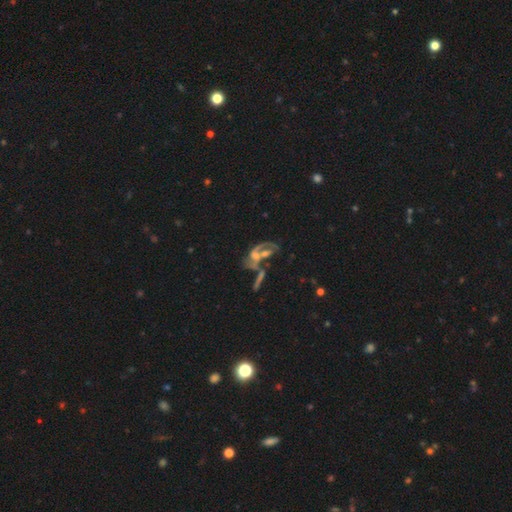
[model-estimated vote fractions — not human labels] smooth_or_featured: featured or disk (p=0.72) [alt: star or artifact p=0.14]
disk_edge_on: no (p=0.93) [alt: yes p=0.07]
bar: no (p=0.55) [alt: weak p=0.32]
has_spiral_arms: yes (p=0.77) [alt: no p=0.23]
spiral_winding: loose (p=0.46) [alt: medium p=0.37]
spiral_arm_count: 2 (p=0.63) [alt: 1 p=0.16]
bulge_size: moderate (p=0.43) [alt: small p=0.36]
merging: merger (p=0.46) [alt: none p=0.25]